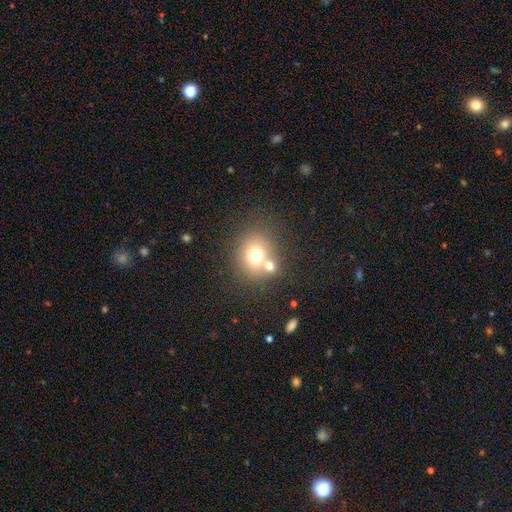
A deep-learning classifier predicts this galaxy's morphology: smooth-or-featured: smooth: 68% | featured or disk: 18% | star or artifact: 14%
  how-rounded: round: 74% | in between: 25% | cigar-shaped: 1%
  merging: none: 53% | merger: 33% | minor disturbance: 9% | major disturbance: 5%